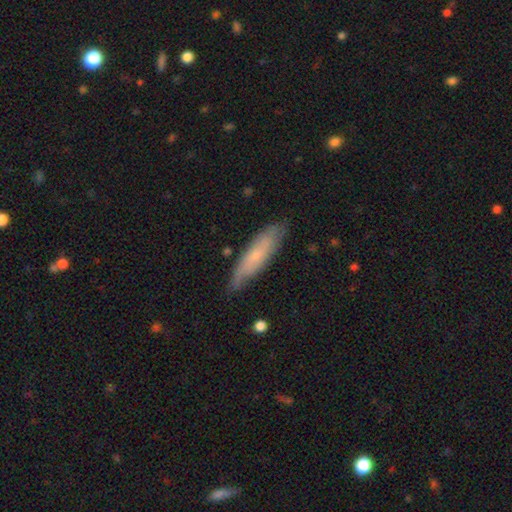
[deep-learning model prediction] The model was most divided on "smooth or featured": smooth: 53%, featured or disk: 41%, star or artifact: 6%. More confident: merging — none (76%); how rounded — cigar-shaped (73%).